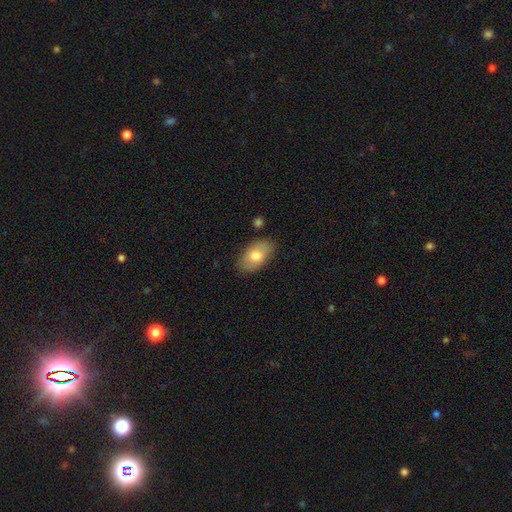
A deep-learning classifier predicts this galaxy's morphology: Smooth or featured: smooth — 72% (featured or disk — 22%)
How rounded: in between — 92% (round — 7%)
Merging: none — 81% (minor disturbance — 13%)